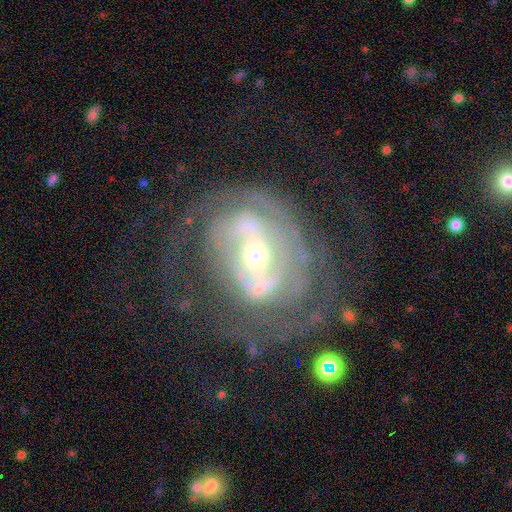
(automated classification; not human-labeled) A featured or disk galaxy (84%) with a weak bar (36%), can't tell (37%, tied with 2) tight (54%) spiral arms (82%) and a small central bulge (61%).

Vote fractions:
- Smooth or featured? featured or disk: 84% / smooth: 9% / star or artifact: 7%
- Edge-on disk? no: 96% / yes: 4%
- Bar? weak: 36% / strong: 32% / no: 32%
- Spiral arms? yes: 82% / no: 18%
- Spiral winding? tight: 54% / medium: 32% / loose: 14%
- Spiral arm count? can't tell: 37% (tied) / 2: 37% (tied) / 3: 11% / 1: 6% / 4: 5% / more than 4: 4%
- Bulge size? small: 61% / moderate: 33% / large: 3% / dominant: 1% / none: 1%
- Merging? none: 56% / major disturbance: 24% / minor disturbance: 18% / merger: 2%